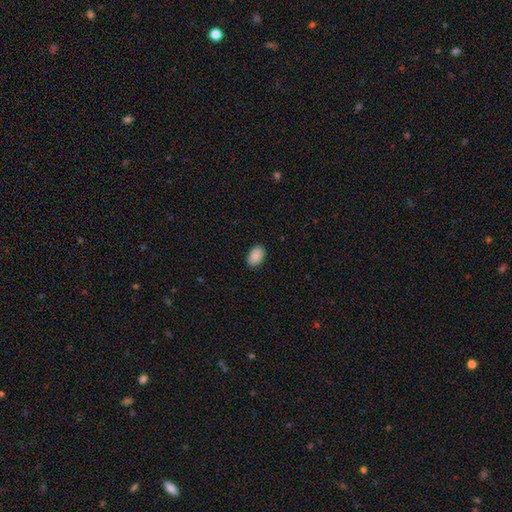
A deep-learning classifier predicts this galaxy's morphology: This is clearly a smooth galaxy (90%). How rounded: clearly in between (91%). Merging: clearly none (89%).